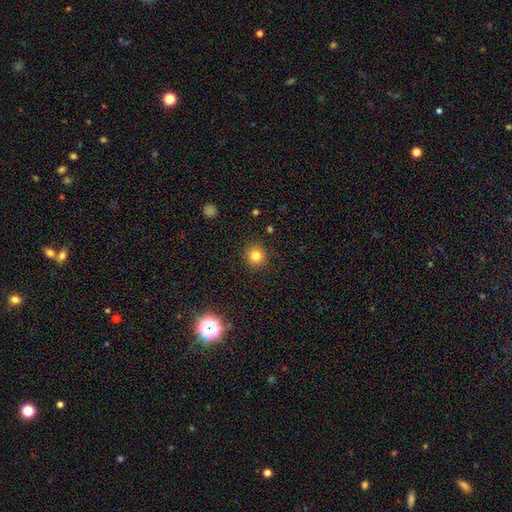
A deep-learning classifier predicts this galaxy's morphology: smooth_or_featured: smooth (p=0.81) [alt: star or artifact p=0.13]
how_rounded: round (p=0.93) [alt: in between p=0.06]
merging: none (p=0.90) [alt: minor disturbance p=0.06]